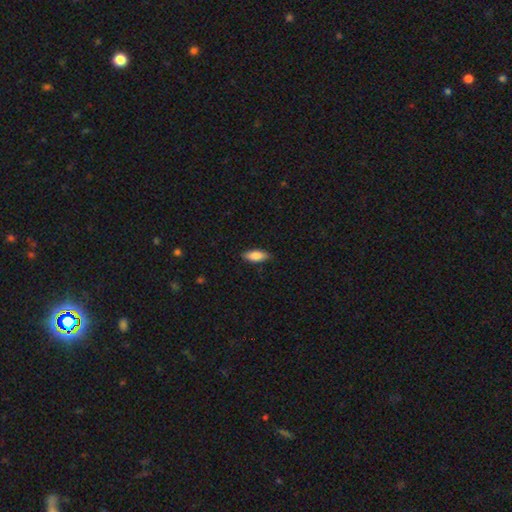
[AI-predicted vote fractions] A smooth galaxy with no disk features (84%) that is in between round and cigar-shaped (72%). Merging: none (85%).